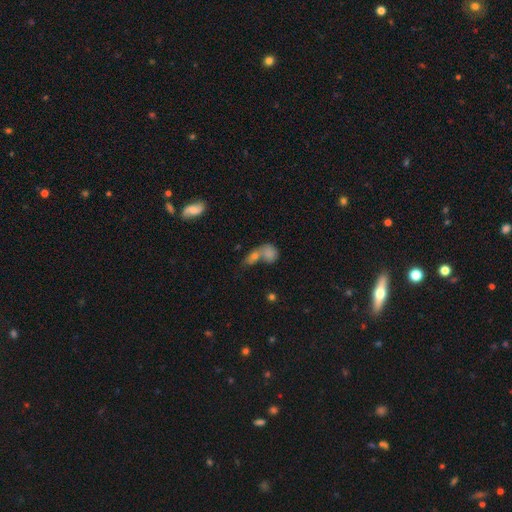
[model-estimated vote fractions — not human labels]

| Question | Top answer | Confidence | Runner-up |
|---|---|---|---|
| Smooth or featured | smooth | 40% | star or artifact (33%) |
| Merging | none | 52% | merger (26%) |